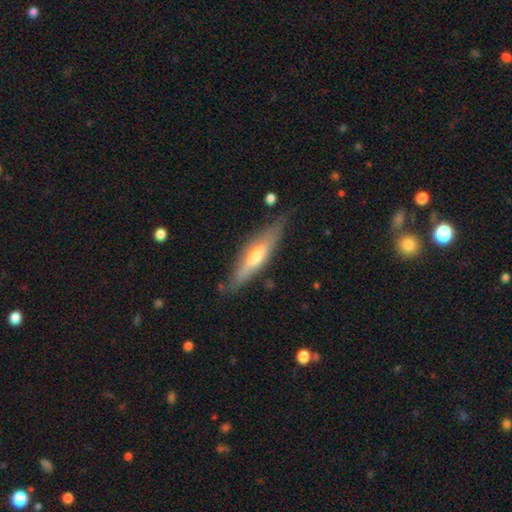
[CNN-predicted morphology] Smooth or featured: featured or disk — 52% (smooth — 42%)
Edge-on disk: yes — 83% (no — 17%)
Merging: none — 77% (minor disturbance — 17%)